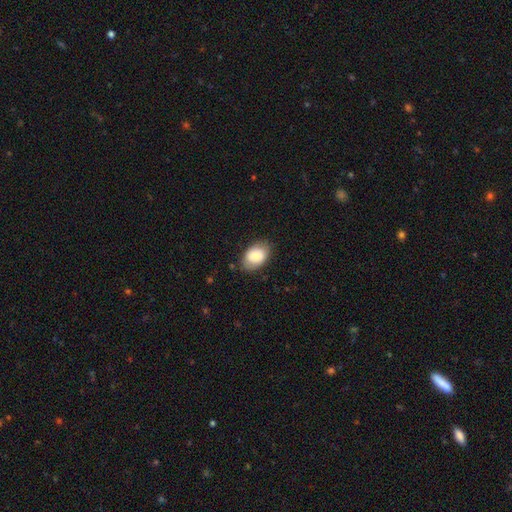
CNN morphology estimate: smooth 81%, featured or disk 12%, star or artifact 7%. Down the decision tree: how rounded — in between (85%); merging — none (79%).